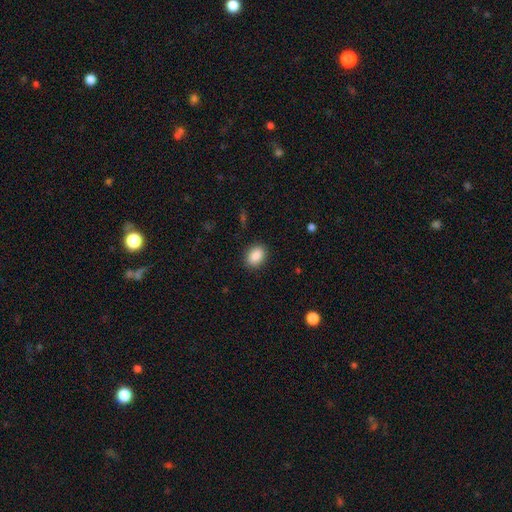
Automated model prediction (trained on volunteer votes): Smooth or featured?
  - smooth: 89% *
  - star or artifact: 7%
  - featured or disk: 3%
How rounded?
  - in between: 74% *
  - round: 25%
  - cigar-shaped: 1%
Merging?
  - none: 89% *
  - minor disturbance: 8%
  - major disturbance: 2%
  - merger: 1%